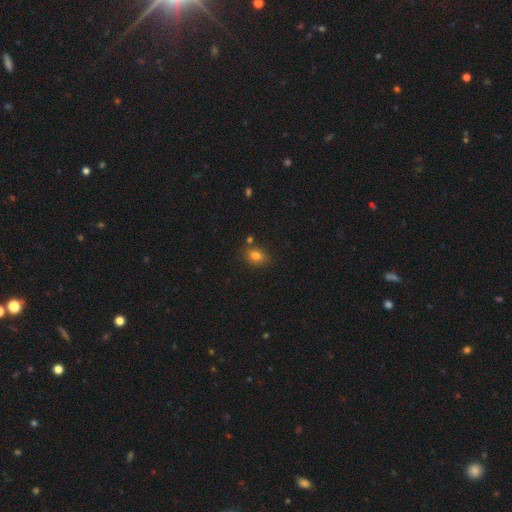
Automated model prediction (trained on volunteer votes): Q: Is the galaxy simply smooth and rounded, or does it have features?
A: smooth — 80%.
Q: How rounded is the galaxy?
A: in between — 71%.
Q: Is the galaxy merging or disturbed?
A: none — 77%.